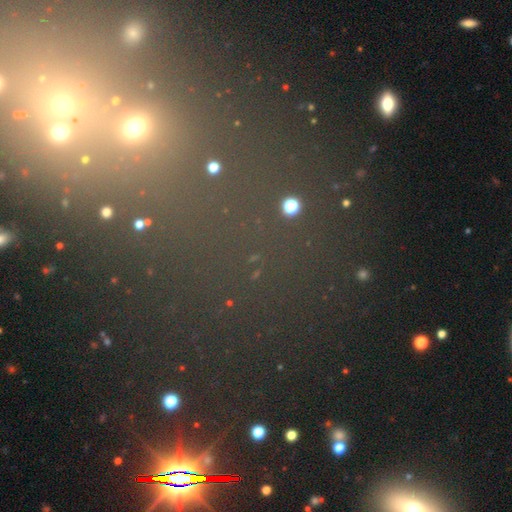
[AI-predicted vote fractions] The model was most divided on "smooth or featured": star or artifact: 68%, smooth: 21%, featured or disk: 10%.